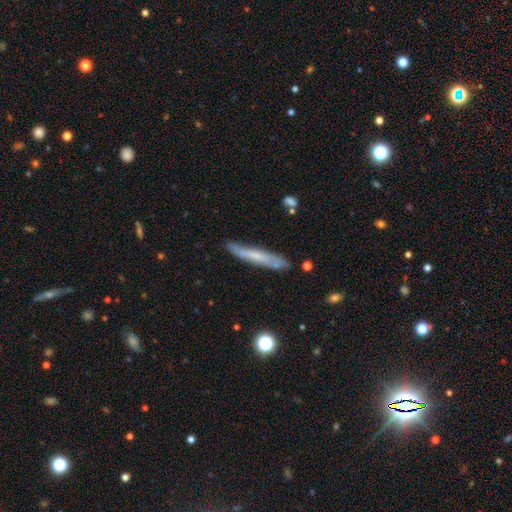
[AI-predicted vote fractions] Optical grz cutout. It shows a smooth galaxy with no disk features (49%). Merging: none (78%).